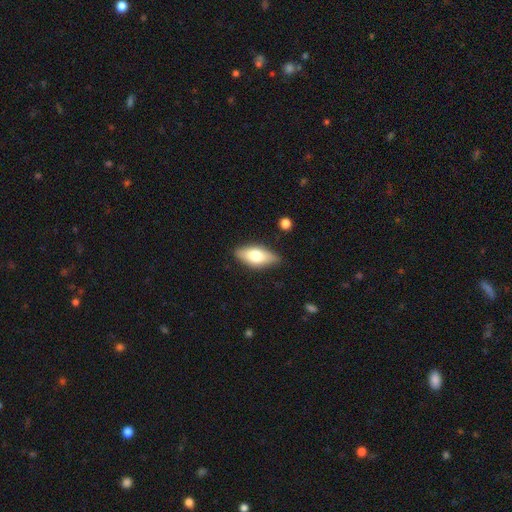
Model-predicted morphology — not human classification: This appears to be a smooth galaxy with no disk features (68%) that is in between round and cigar-shaped (84%). Merging: none (82%).